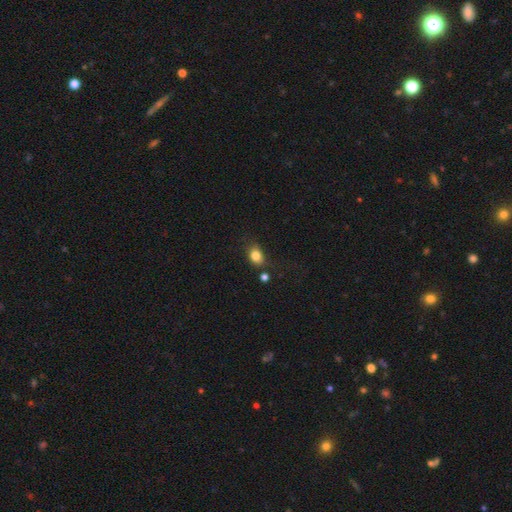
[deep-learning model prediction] A smooth galaxy with no disk features (82%) that is in between round and cigar-shaped (60%).

Vote fractions:
- Smooth or featured? smooth: 82% / star or artifact: 11% / featured or disk: 7%
- How rounded? in between: 60% / round: 39% / cigar-shaped: 2%
- Merging? none: 64% / minor disturbance: 21% / major disturbance: 8% / merger: 7%